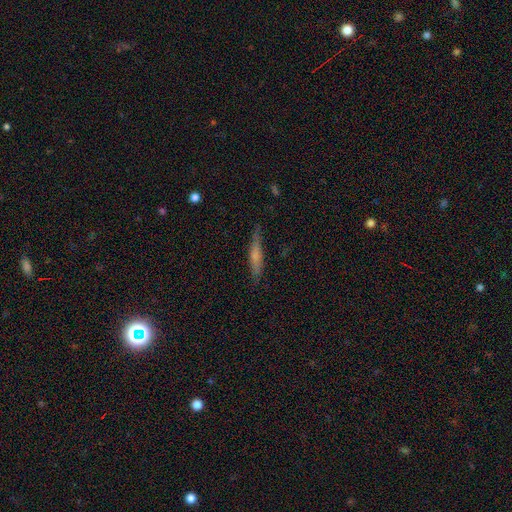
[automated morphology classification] The model was most divided on "smooth or featured": smooth: 47%, featured or disk: 46%, star or artifact: 7%. More confident: merging — none (83%).